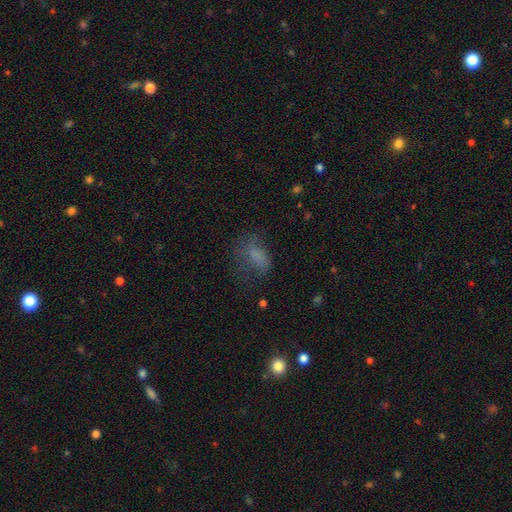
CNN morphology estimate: smooth-or-featured: smooth: 65% | featured or disk: 18% | star or artifact: 17%
  how-rounded: in between: 84% | round: 10% | cigar-shaped: 6%
  merging: none: 43% | major disturbance: 30% | minor disturbance: 25% | merger: 2%